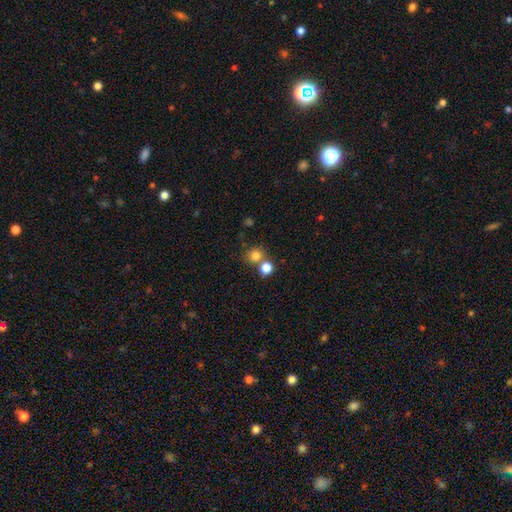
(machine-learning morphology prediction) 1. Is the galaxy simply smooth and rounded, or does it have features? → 78% smooth, 15% star or artifact, 7% featured or disk.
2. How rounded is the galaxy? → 84% round, 15% in between, 1% cigar-shaped.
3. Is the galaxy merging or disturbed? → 60% none, 28% merger, 8% minor disturbance, 3% major disturbance.